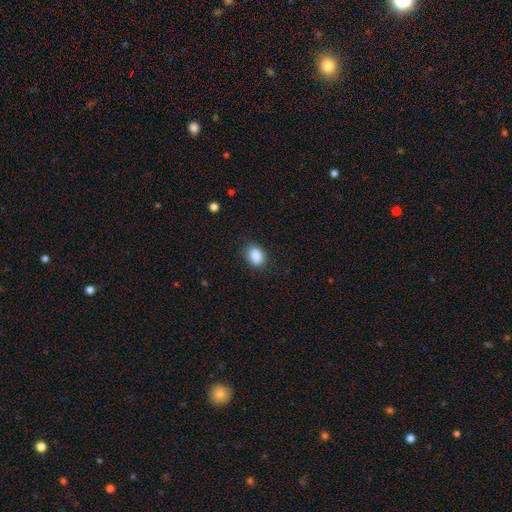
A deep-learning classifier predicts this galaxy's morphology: A smooth galaxy with no disk features (88%) that is in between round and cigar-shaped (76%).

Vote fractions:
- Smooth or featured? smooth: 88% / star or artifact: 8% / featured or disk: 4%
- How rounded? in between: 76% / round: 23% / cigar-shaped: 1%
- Merging? none: 84% / minor disturbance: 12% / major disturbance: 3% / merger: 1%